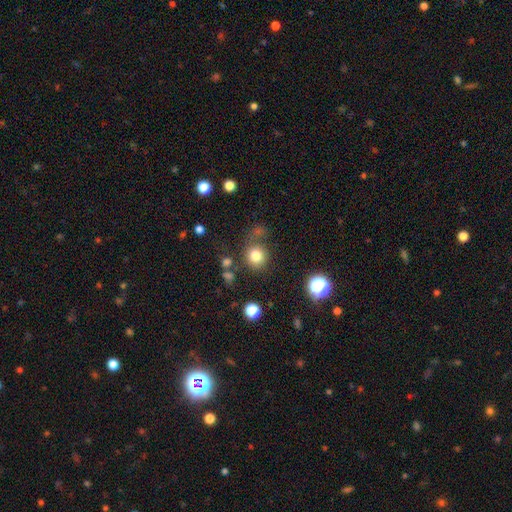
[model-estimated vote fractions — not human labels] smooth_or_featured: smooth (p=0.80) [alt: star or artifact p=0.12]
how_rounded: round (p=0.87) [alt: in between p=0.12]
merging: none (p=0.68) [alt: minor disturbance p=0.13]